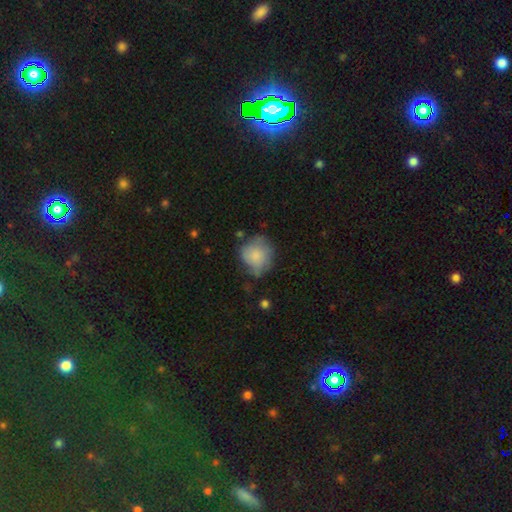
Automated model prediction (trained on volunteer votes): This is likely a smooth galaxy (76%). How rounded: likely round (78%). Merging: possibly none (50%).